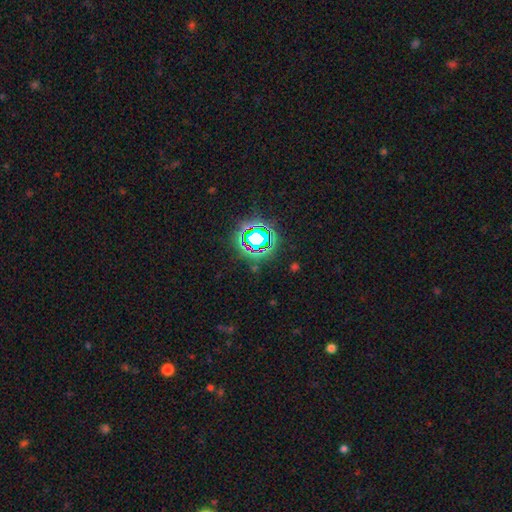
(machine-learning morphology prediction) Smooth or featured? star or artifact (79%)